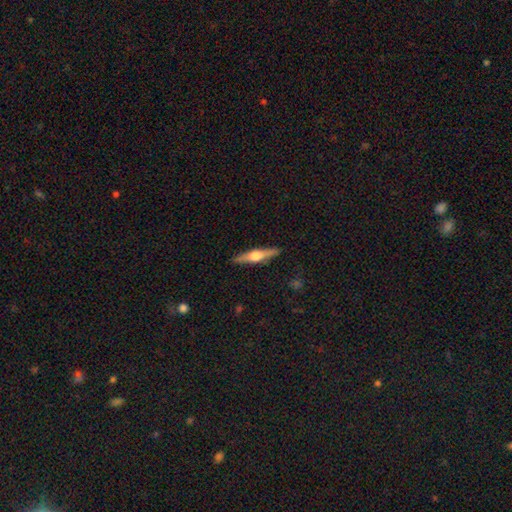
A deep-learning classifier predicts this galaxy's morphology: featured or disk 66%, smooth 29%, star or artifact 5%. Down the decision tree: edge-on disk — yes (97%); edge-on bulge — rounded (93%); merging — none (90%).